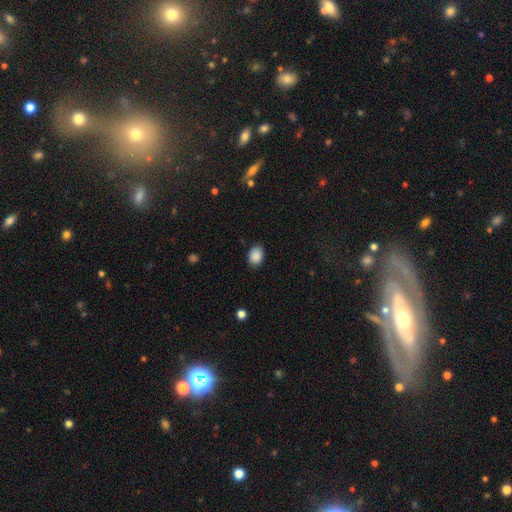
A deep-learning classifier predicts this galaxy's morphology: Overall: smooth (89%). How rounded: in between (72%). Merging: none (86%).